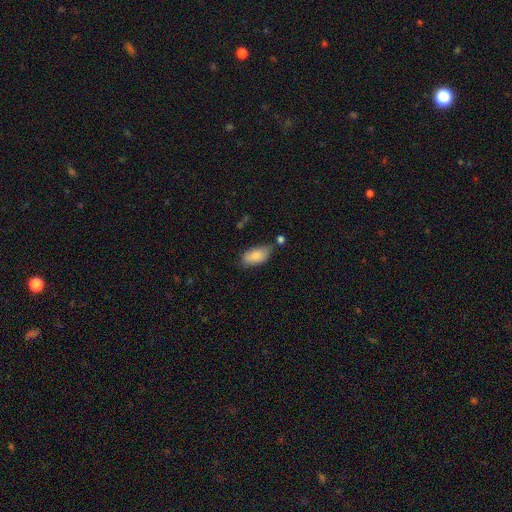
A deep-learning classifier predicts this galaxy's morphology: smooth 83%, featured or disk 11%, star or artifact 7%. Down the decision tree: how rounded — in between (92%); merging — none (61%).